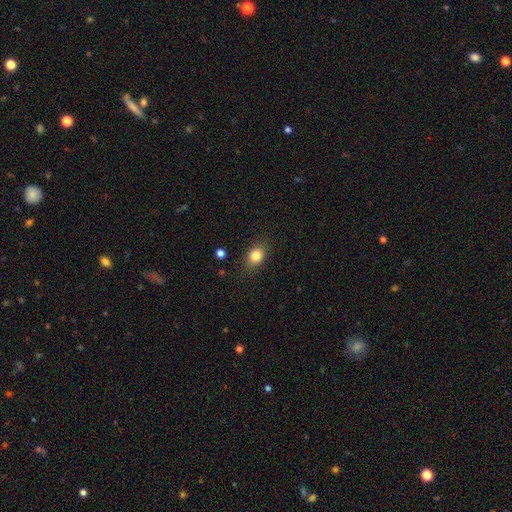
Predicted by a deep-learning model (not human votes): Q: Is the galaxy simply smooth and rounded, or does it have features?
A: smooth — 82%.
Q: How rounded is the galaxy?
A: in between — 59%.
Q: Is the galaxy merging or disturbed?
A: none — 80%.